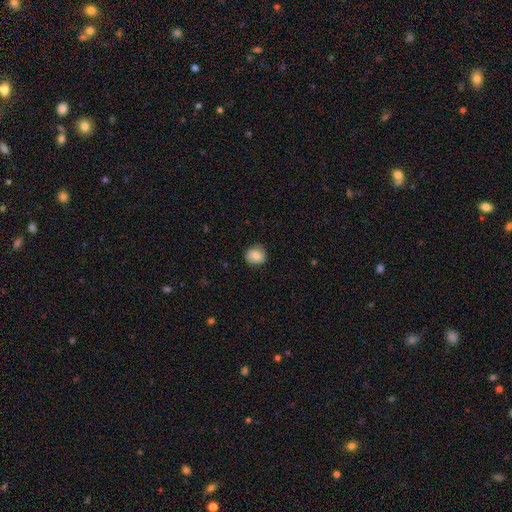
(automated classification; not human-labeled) smooth 81%, featured or disk 11%, star or artifact 8%. Down the decision tree: how rounded — round (79%); merging — none (81%).